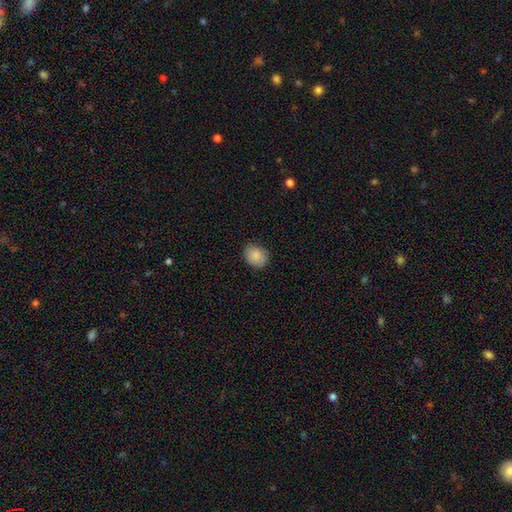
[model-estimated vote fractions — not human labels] smooth 87%, star or artifact 8%, featured or disk 5%. Down the decision tree: how rounded — round (63%); merging — none (83%).